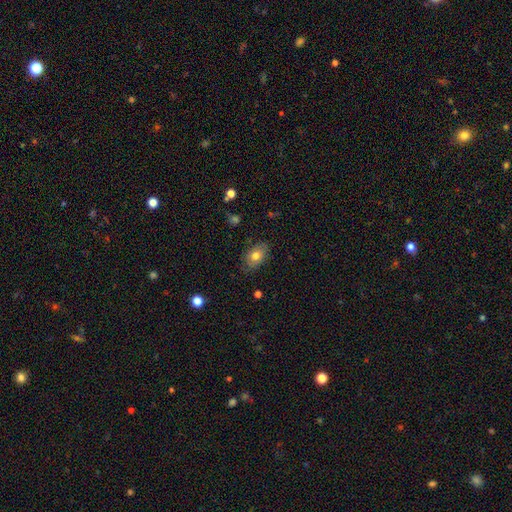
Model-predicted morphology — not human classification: smooth_or_featured: smooth (p=0.73) [alt: featured or disk p=0.18]
how_rounded: in between (p=0.85) [alt: round p=0.13]
merging: none (p=0.80) [alt: minor disturbance p=0.16]